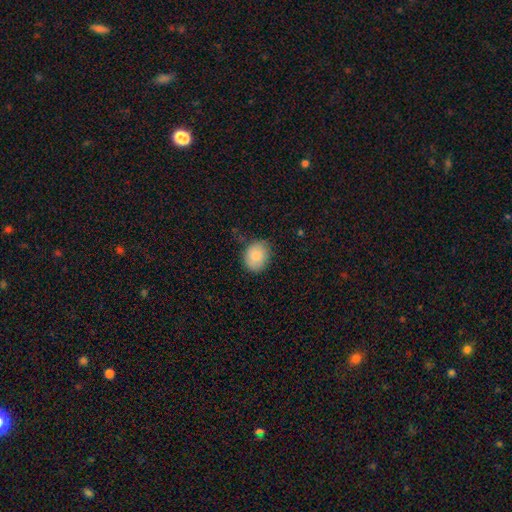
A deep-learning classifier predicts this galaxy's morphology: This is clearly a smooth galaxy (86%). How rounded: possibly round (51%). Merging: likely none (75%).